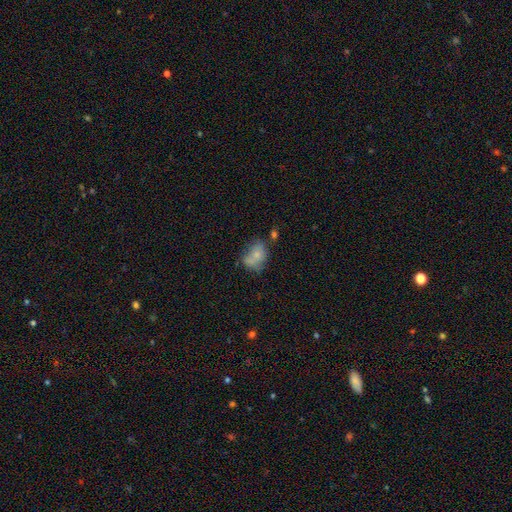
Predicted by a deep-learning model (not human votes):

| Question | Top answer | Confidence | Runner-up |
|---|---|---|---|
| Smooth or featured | smooth | 69% | featured or disk (20%) |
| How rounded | in between | 68% | round (30%) |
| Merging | none | 37% | minor disturbance (25%) |